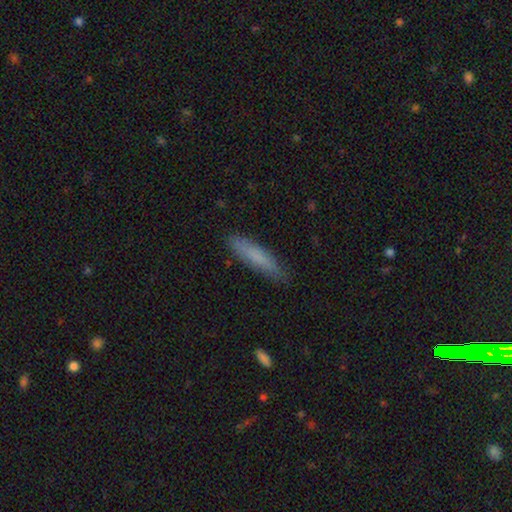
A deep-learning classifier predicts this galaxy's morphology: Smooth or featured: smooth — 78% (featured or disk — 15%)
How rounded: cigar-shaped — 85% (in between — 14%)
Merging: none — 85% (minor disturbance — 11%)